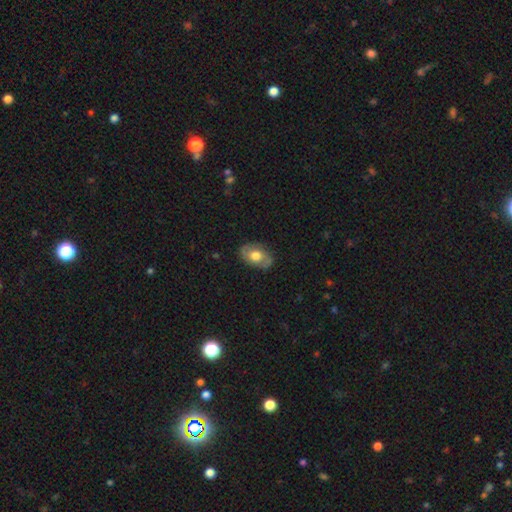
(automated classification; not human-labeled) Smooth or featured? Predicted: featured or disk (p=0.52). Edge-on disk? Predicted: no (p=0.94). Merging? Predicted: none (p=0.80).